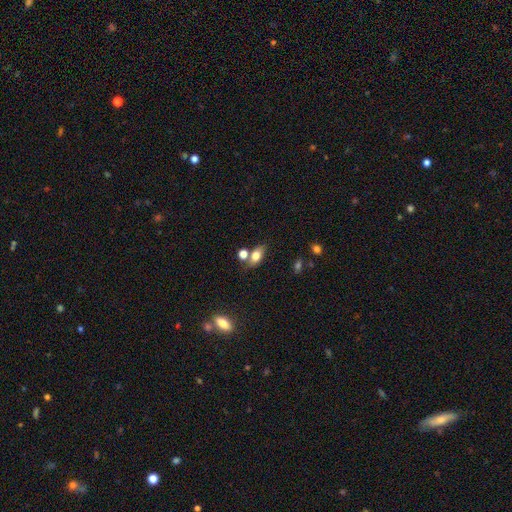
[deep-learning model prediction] smooth 75%, featured or disk 15%, star or artifact 10%. Down the decision tree: how rounded — in between (80%); merging — none (59%).